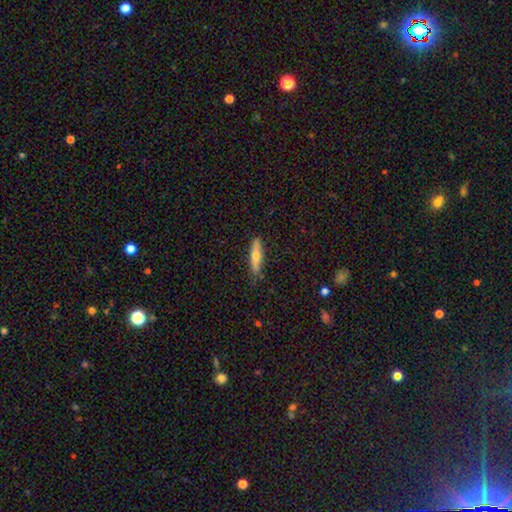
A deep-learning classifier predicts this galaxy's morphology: smooth-or-featured: smooth: 53% | featured or disk: 41% | star or artifact: 7%
  how-rounded: cigar-shaped: 81% | in between: 17% | round: 2%
  merging: none: 84% | minor disturbance: 13% | major disturbance: 2% | merger: 1%